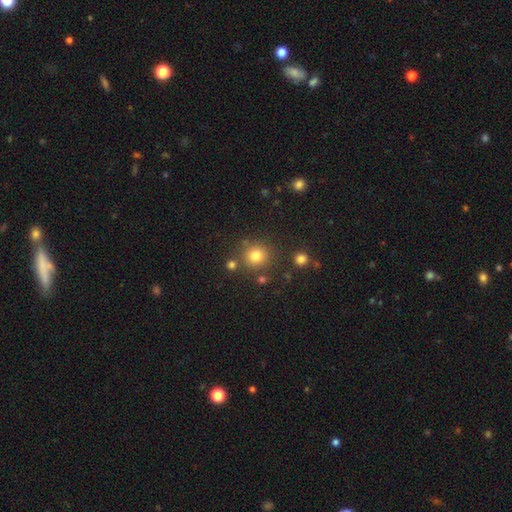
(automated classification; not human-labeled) Q: Smooth or featured?
A: smooth (80%); runner-up: star or artifact (14%)
Q: How rounded?
A: round (91%); runner-up: in between (8%)
Q: Merging?
A: none (82%); runner-up: minor disturbance (8%)